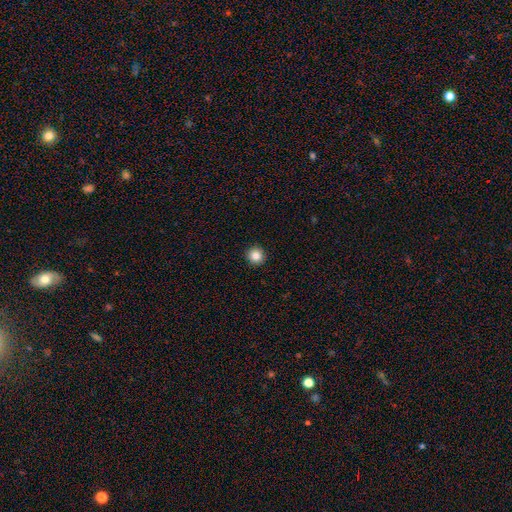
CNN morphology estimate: Smooth or featured: smooth — 85% (star or artifact — 10%)
How rounded: round — 95% (in between — 4%)
Merging: none — 93% (minor disturbance — 4%)